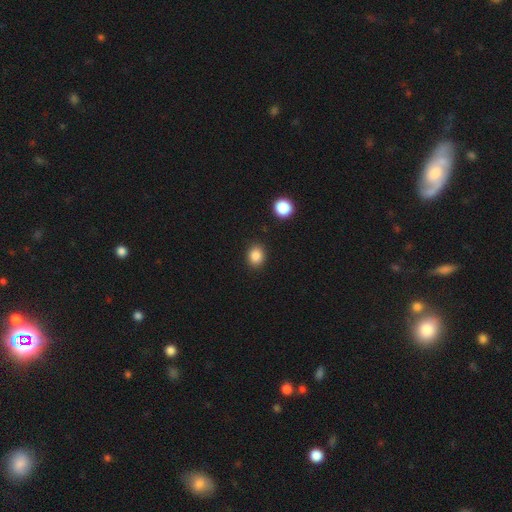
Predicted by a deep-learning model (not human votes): smooth-or-featured: smooth: 86% | star or artifact: 10% | featured or disk: 4%
  how-rounded: round: 58% | in between: 41% | cigar-shaped: 1%
  merging: none: 88% | minor disturbance: 7% | major disturbance: 2% | merger: 2%